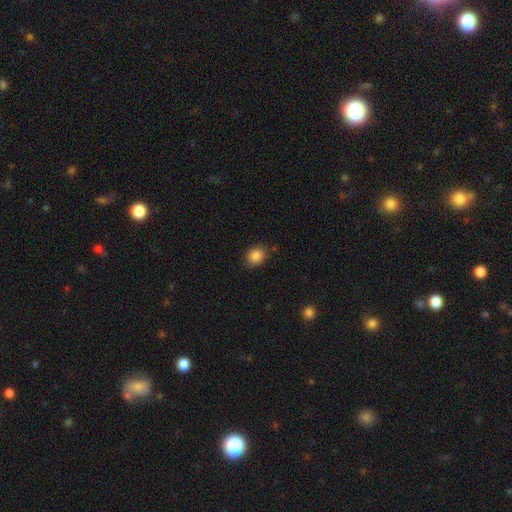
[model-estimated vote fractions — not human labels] A smooth galaxy with no disk features (87%) that is round (59%). Merging: none (82%).